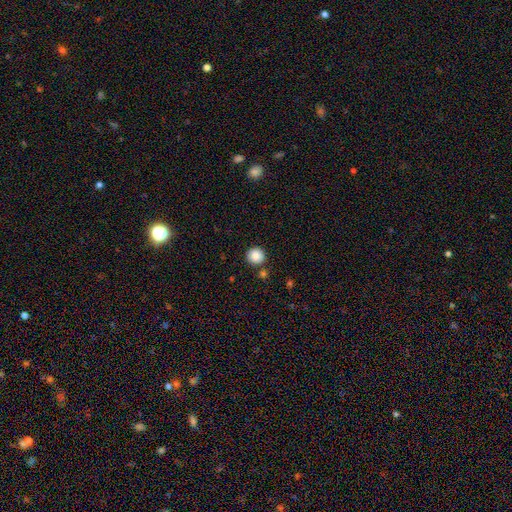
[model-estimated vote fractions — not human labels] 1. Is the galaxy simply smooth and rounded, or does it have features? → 87% smooth, 9% star or artifact, 4% featured or disk.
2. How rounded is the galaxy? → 93% round, 6% in between, 1% cigar-shaped.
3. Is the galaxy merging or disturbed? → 86% none, 7% minor disturbance, 6% merger, 2% major disturbance.